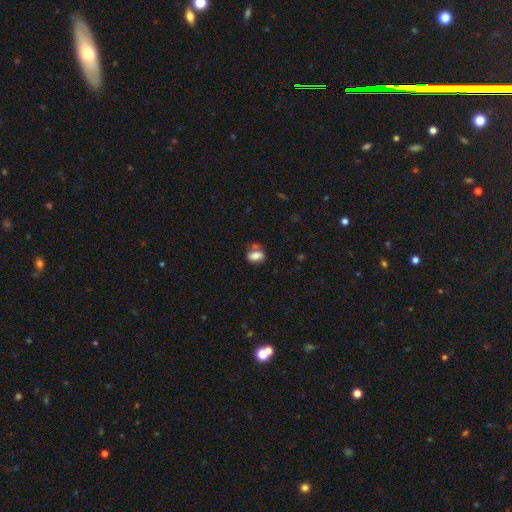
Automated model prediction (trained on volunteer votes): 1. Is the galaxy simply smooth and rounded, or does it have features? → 73% smooth, 18% featured or disk, 9% star or artifact.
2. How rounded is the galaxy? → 78% in between, 19% round, 3% cigar-shaped.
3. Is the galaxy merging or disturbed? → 53% none, 20% minor disturbance, 19% merger, 7% major disturbance.